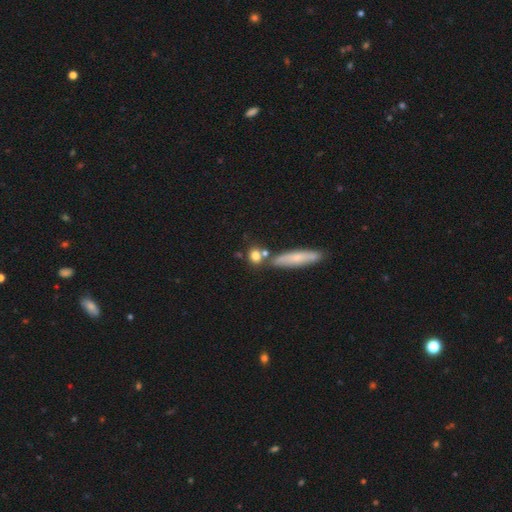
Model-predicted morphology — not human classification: This appears to be a smooth galaxy with no disk features (77%) that is round (59%). Merging: none (64%).